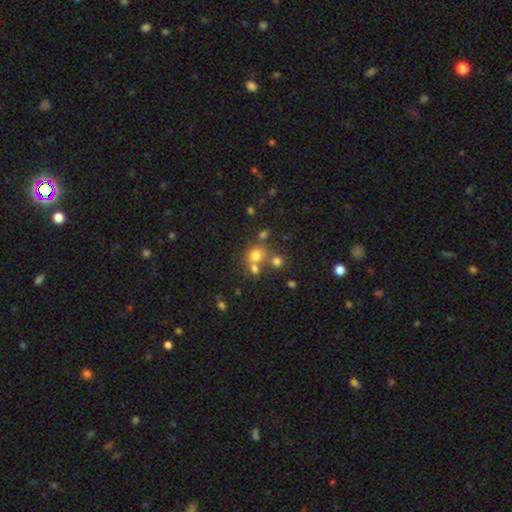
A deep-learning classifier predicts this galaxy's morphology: Smooth or featured?
  - smooth: 69% *
  - star or artifact: 18%
  - featured or disk: 13%
How rounded?
  - round: 82% *
  - in between: 17%
  - cigar-shaped: 1%
Merging?
  - none: 51% *
  - merger: 35%
  - minor disturbance: 9%
  - major disturbance: 5%